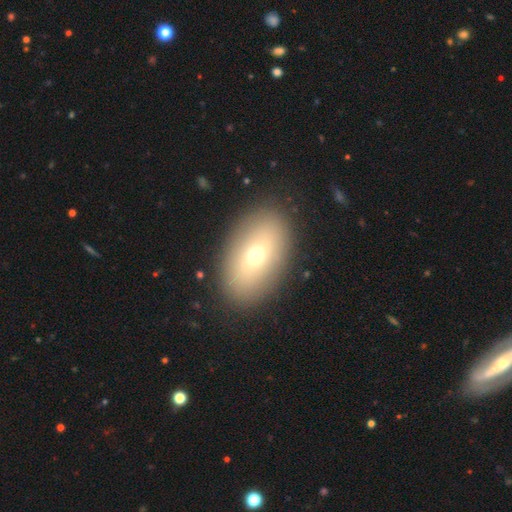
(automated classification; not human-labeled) Morphology: type=smooth (65%); roundness=in between (88%); merging=none (89%).